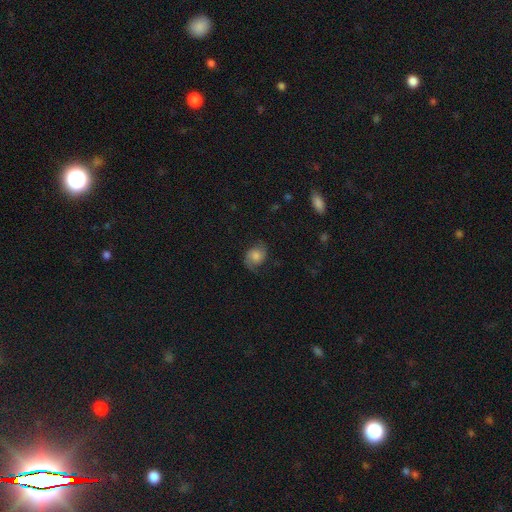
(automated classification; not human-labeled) smooth-or-featured: featured or disk: 49% | smooth: 41% | star or artifact: 10%
  merging: none: 68% | minor disturbance: 21% | major disturbance: 10% | merger: 1%